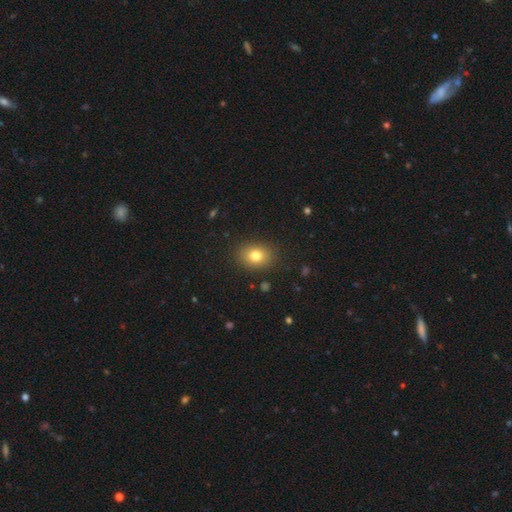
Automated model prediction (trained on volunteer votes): Morphology: type=smooth (79%); roundness=in between (59%); merging=none (88%).